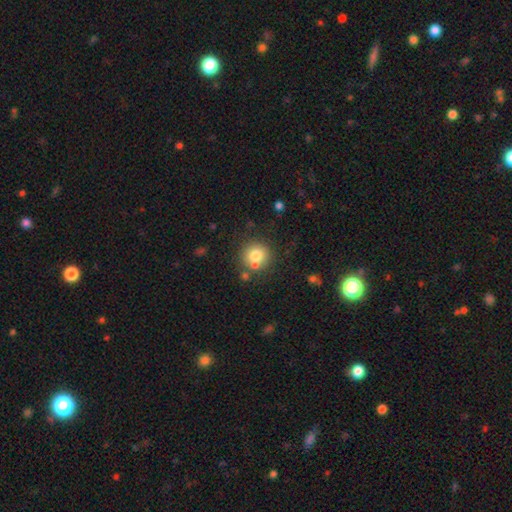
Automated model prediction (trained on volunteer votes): This is likely a smooth galaxy (76%). How rounded: clearly round (91%). Merging: likely none (70%).